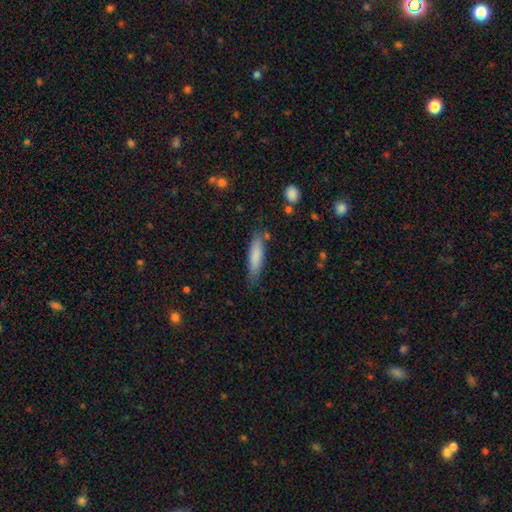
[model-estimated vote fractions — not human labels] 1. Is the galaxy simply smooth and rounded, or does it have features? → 81% smooth, 13% featured or disk, 6% star or artifact.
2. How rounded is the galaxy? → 72% cigar-shaped, 27% in between, 1% round.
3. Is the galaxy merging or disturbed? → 77% none, 17% minor disturbance, 4% major disturbance, 3% merger.